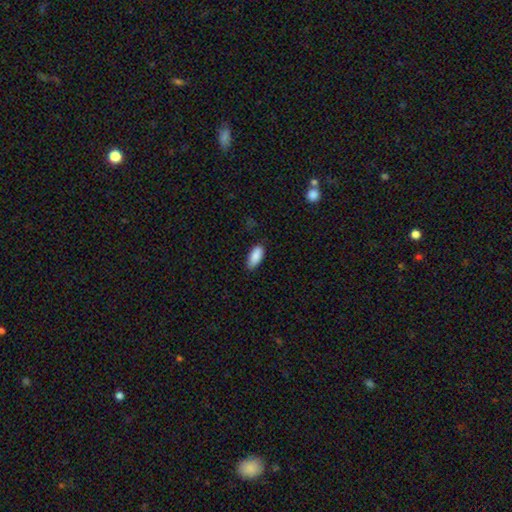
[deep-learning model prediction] smooth-or-featured: smooth: 89% | star or artifact: 6% | featured or disk: 5%
  how-rounded: in between: 86% | cigar-shaped: 13% | round: 2%
  merging: none: 83% | minor disturbance: 13% | major disturbance: 2% | merger: 1%